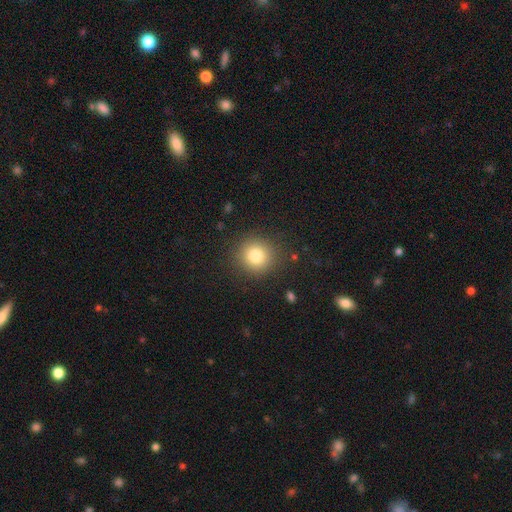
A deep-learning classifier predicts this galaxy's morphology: A smooth galaxy with no disk features (82%) that is round (89%). Merging: none (88%).